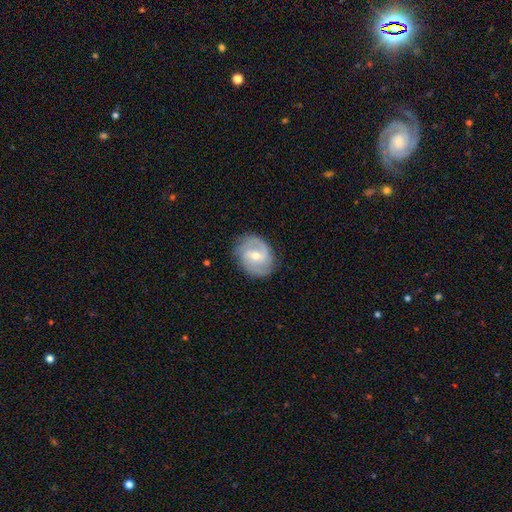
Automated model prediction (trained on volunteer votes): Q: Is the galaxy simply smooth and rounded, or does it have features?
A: featured or disk — 82%.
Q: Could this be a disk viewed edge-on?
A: no — 97%.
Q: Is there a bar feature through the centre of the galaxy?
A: weak — 51%.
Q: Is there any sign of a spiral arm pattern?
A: yes — 95%.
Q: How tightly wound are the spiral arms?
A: medium — 48%.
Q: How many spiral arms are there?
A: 2 — 79%.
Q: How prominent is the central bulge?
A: moderate — 50%.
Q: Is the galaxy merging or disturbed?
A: none — 82%.